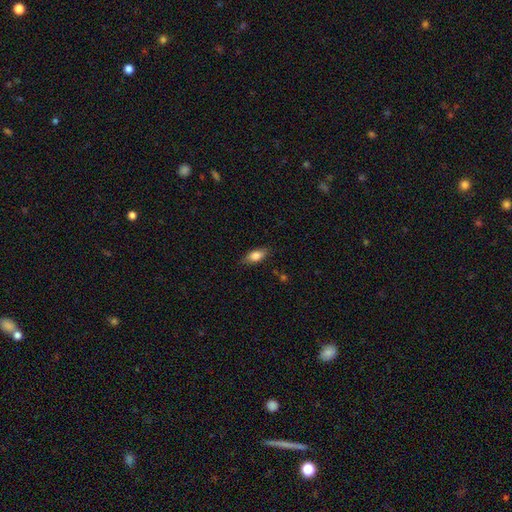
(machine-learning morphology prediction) Smooth or featured: smooth — 81% (featured or disk — 12%)
How rounded: in between — 85% (cigar-shaped — 11%)
Merging: none — 81% (minor disturbance — 15%)